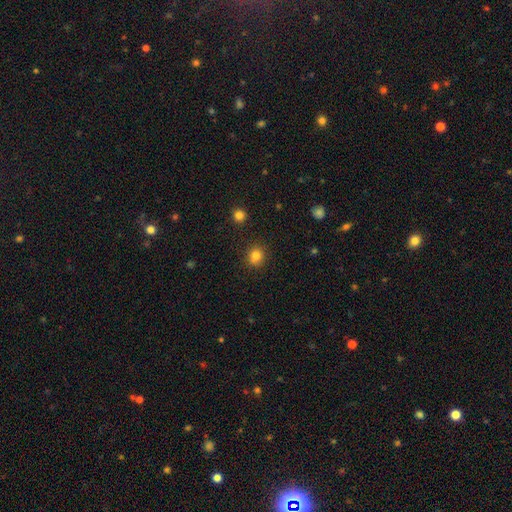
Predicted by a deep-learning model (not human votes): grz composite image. It shows a smooth galaxy with no disk features (82%) that is round (82%). Merging: none (86%).